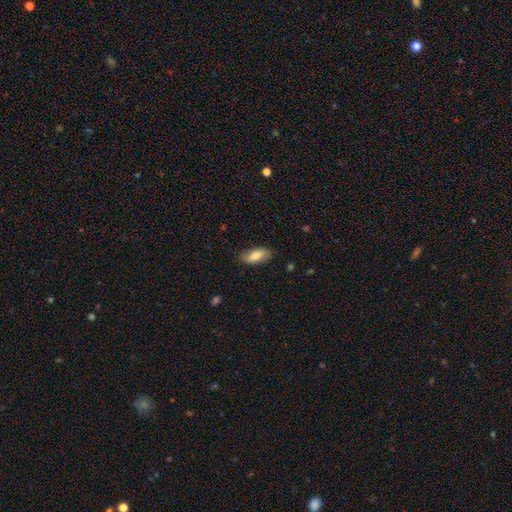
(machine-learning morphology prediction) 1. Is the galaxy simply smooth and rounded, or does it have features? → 76% smooth, 18% featured or disk, 6% star or artifact.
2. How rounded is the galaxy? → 84% in between, 13% cigar-shaped, 3% round.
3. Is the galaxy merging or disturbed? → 83% none, 13% minor disturbance, 3% major disturbance, 1% merger.